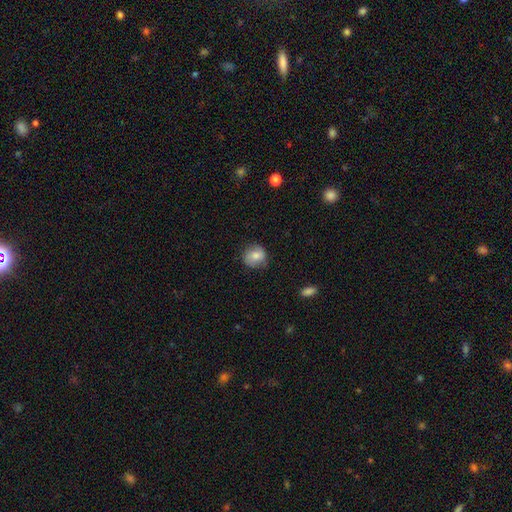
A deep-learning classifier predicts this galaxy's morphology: type=smooth (70%); roundness=round (80%); merging=none (77%).